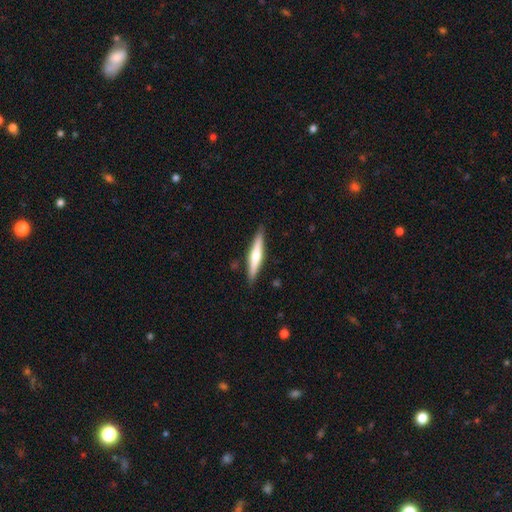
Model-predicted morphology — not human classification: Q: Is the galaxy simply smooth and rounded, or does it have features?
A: featured or disk — 53%.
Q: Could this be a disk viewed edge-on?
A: yes — 96%.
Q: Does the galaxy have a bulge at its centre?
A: rounded — 78%.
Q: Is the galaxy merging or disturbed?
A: none — 89%.